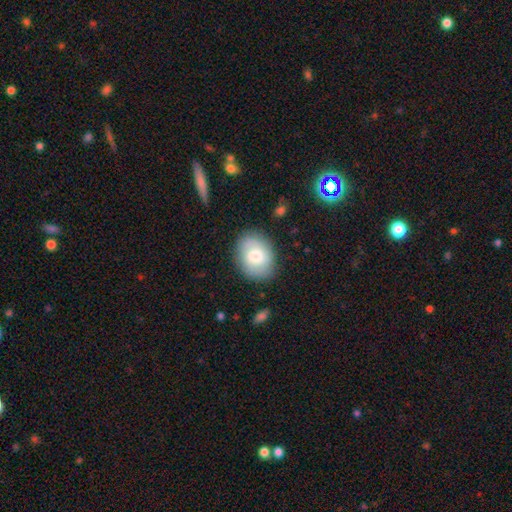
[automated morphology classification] This appears to be a smooth galaxy with no disk features (61%) that is in between round and cigar-shaped (57%). Merging: none (81%).